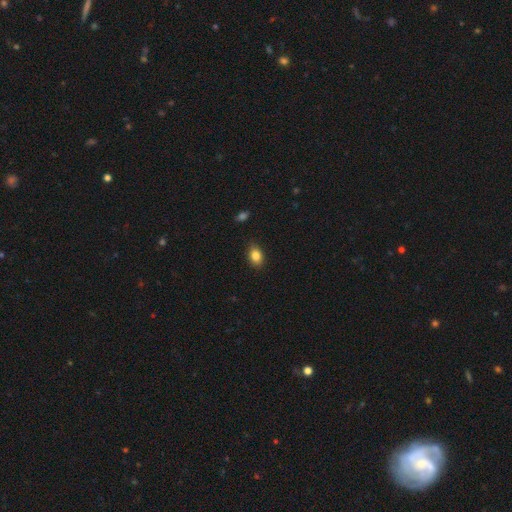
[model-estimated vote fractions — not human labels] Q: Smooth or featured?
A: smooth (85%); runner-up: star or artifact (9%)
Q: How rounded?
A: in between (80%); runner-up: round (18%)
Q: Merging?
A: none (85%); runner-up: minor disturbance (12%)